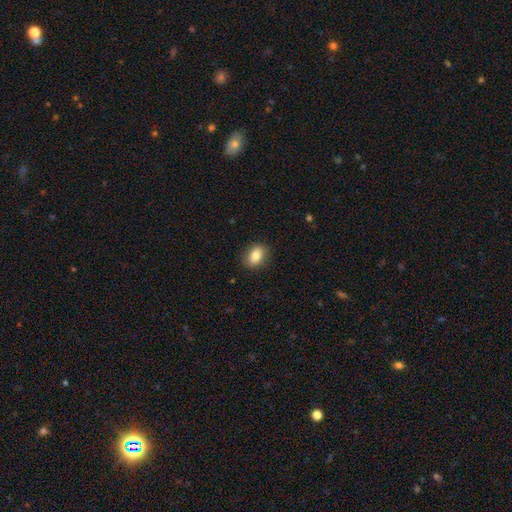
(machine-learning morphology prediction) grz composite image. It shows a smooth galaxy with no disk features (82%) that is in between round and cigar-shaped (68%). Merging: none (87%).